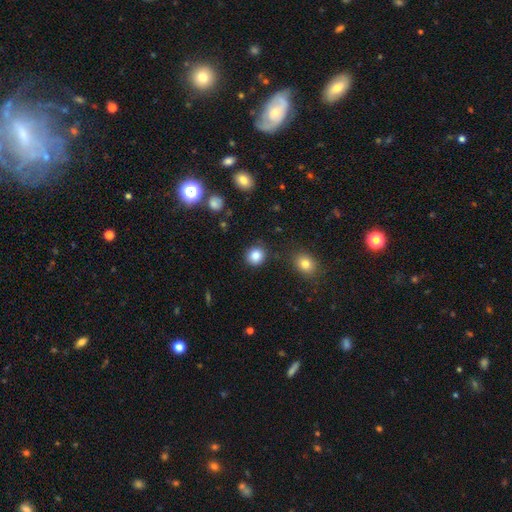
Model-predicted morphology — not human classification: This appears to be a smooth galaxy with no disk features (86%) that is round (85%). Merging: none (88%).